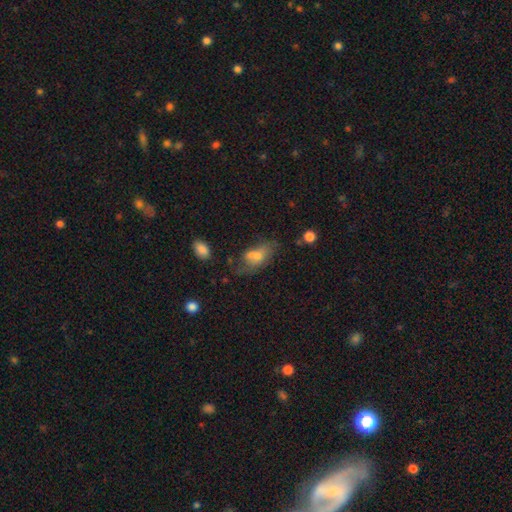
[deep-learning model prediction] Morphology: type=smooth (58%); roundness=in between (83%); merging=none (37%).